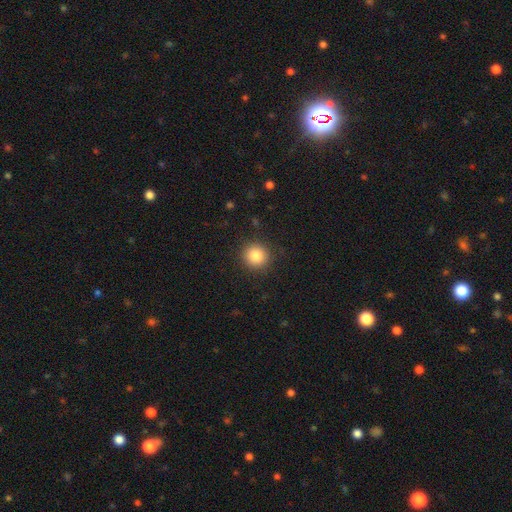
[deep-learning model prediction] This is clearly a smooth galaxy (84%). How rounded: clearly round (93%). Merging: clearly none (90%).